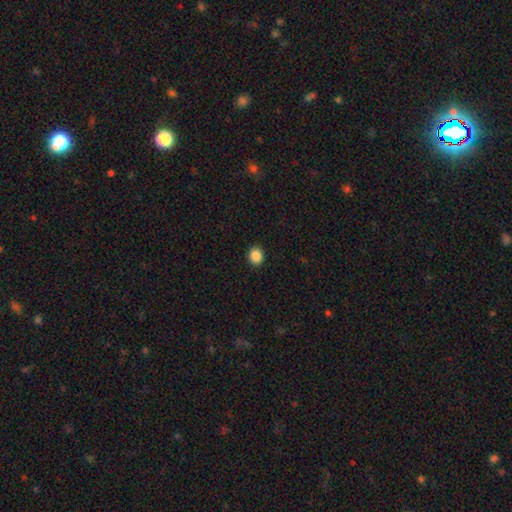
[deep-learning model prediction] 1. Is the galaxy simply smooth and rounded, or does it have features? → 88% smooth, 9% star or artifact, 3% featured or disk.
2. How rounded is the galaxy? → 62% round, 37% in between, 1% cigar-shaped.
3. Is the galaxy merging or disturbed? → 92% none, 6% minor disturbance, 2% major disturbance, 1% merger.